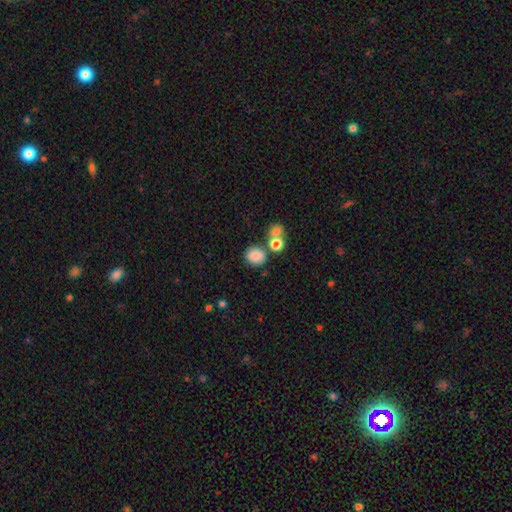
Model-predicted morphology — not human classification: A smooth galaxy with no disk features (83%) that is round (73%). Merging: none (68%).